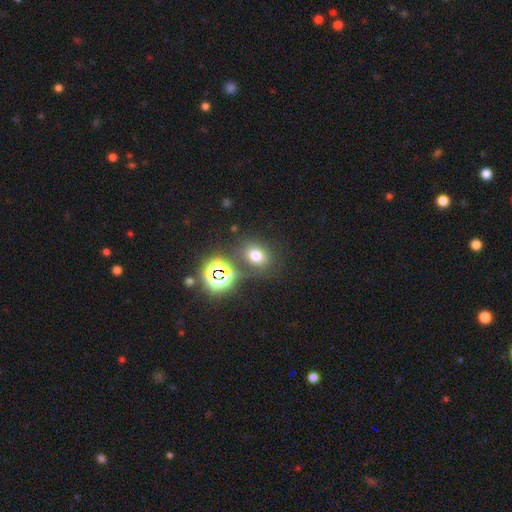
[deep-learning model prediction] The model was most divided on "how rounded": round: 54%, in between: 45%, cigar-shaped: 1%. More confident: merging — none (76%); smooth or featured — smooth (65%).